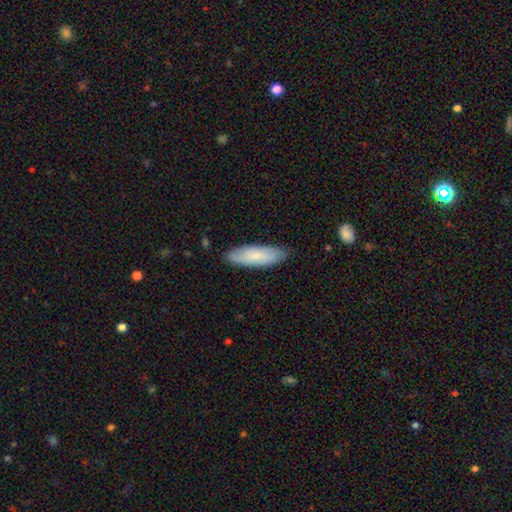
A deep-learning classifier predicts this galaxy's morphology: A smooth galaxy with no disk features (71%) that is in between round and cigar-shaped (51%).

Vote fractions:
- Smooth or featured? smooth: 71% / featured or disk: 23% / star or artifact: 6%
- How rounded? in between: 51% / cigar-shaped: 47% / round: 2%
- Merging? none: 83% / minor disturbance: 14% / major disturbance: 2% / merger: 1%